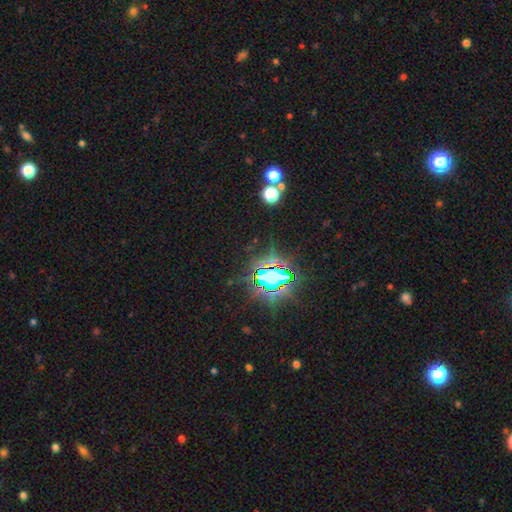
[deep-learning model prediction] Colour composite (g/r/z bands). It shows a star or artifact, not a galaxy (80%).